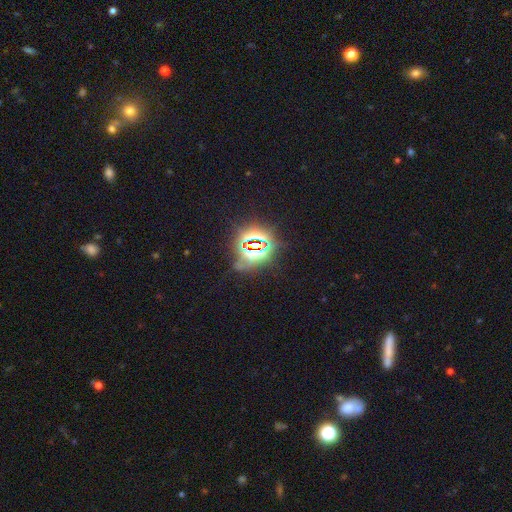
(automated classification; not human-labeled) Morphology: type=star or artifact (81%).